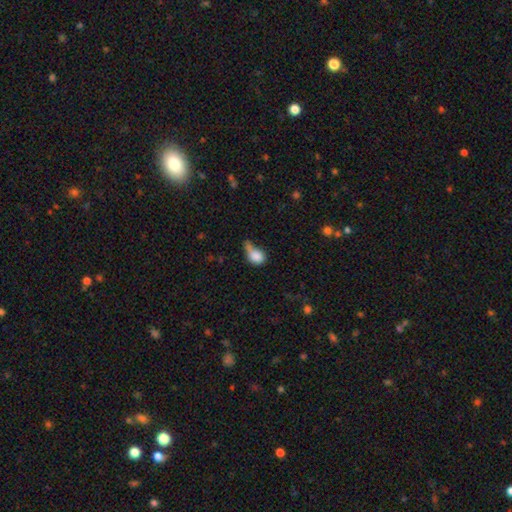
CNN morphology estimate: Smooth or featured?
  - smooth: 80% *
  - featured or disk: 11%
  - star or artifact: 9%
How rounded?
  - in between: 62% *
  - round: 36%
  - cigar-shaped: 2%
Merging?
  - minor disturbance: 29% *
  - major disturbance: 26%
  - none: 25%
  - merger: 20%